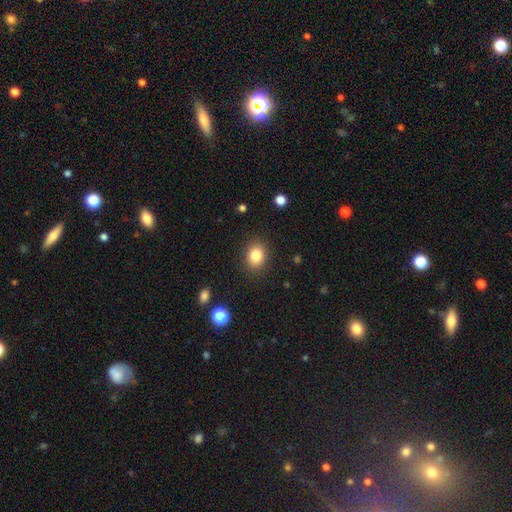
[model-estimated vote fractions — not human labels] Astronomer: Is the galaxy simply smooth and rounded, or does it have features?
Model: smooth — 84%.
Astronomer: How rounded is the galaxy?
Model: in between — 52% (runner-up: round, 47%).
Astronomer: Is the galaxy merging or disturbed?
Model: none — 88%.